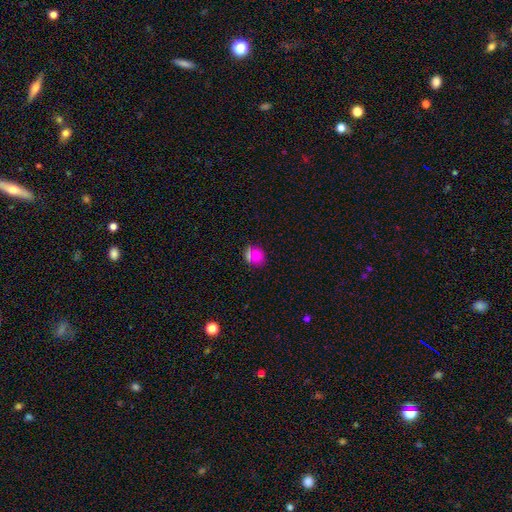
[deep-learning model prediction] Smooth or featured? Predicted: smooth (p=0.73). How rounded? Predicted: round (p=0.70). Merging? Predicted: none (p=0.82).